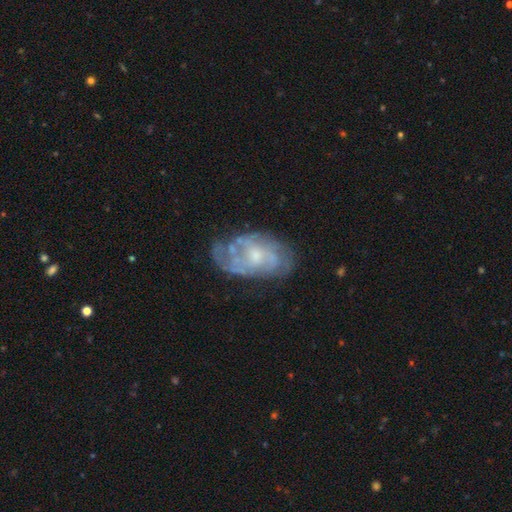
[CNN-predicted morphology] A featured or disk galaxy (76%) with no bar (70%), tight (47%) spiral arms (74%) and a small central bulge (51%).

Vote fractions:
- Smooth or featured? featured or disk: 76% / smooth: 17% / star or artifact: 7%
- Edge-on disk? no: 96% / yes: 4%
- Bar? no: 70% / weak: 26% / strong: 4%
- Spiral arms? yes: 74% / no: 26%
- Spiral winding? tight: 47% / medium: 37% / loose: 15%
- Spiral arm count? can't tell: 49% / 2: 22% / 3: 14% / 4: 7% / 1: 4% / more than 4: 4%
- Bulge size? small: 51% / moderate: 39% / none: 6% / large: 2% / dominant: 1%
- Merging? none: 60% / minor disturbance: 24% / major disturbance: 12% / merger: 3%